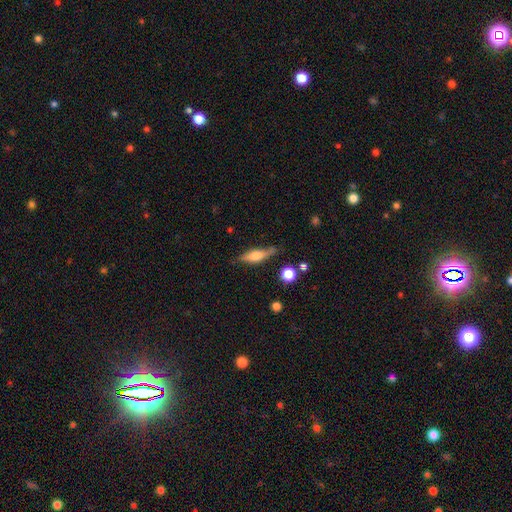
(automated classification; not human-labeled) Smooth or featured: featured or disk — 48% (smooth — 44%)
Merging: none — 71% (minor disturbance — 20%)